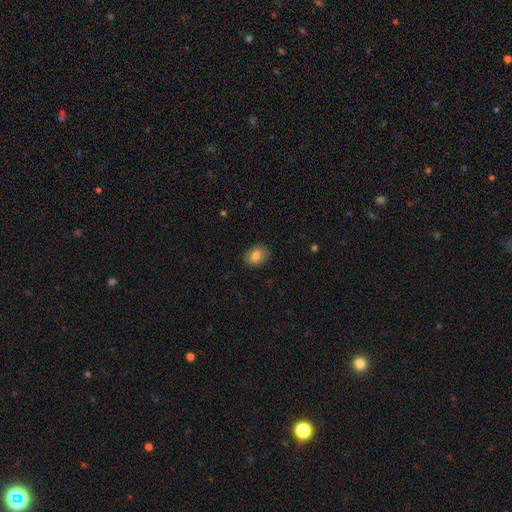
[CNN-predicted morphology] smooth 81%, featured or disk 10%, star or artifact 8%. Down the decision tree: how rounded — in between (66%); merging — none (87%).